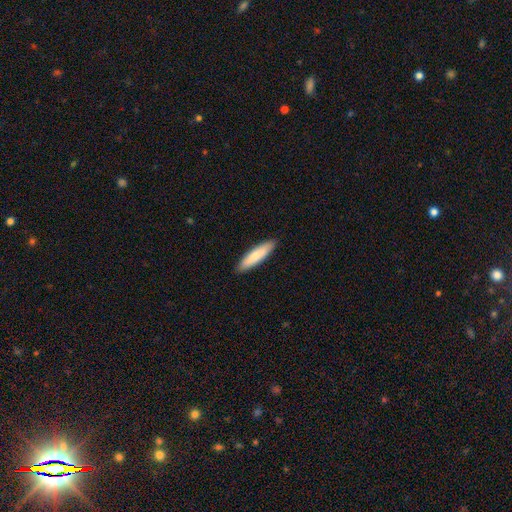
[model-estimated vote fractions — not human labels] Smooth or featured?
  - smooth: 81% *
  - featured or disk: 14%
  - star or artifact: 5%
How rounded?
  - cigar-shaped: 74% *
  - in between: 25%
  - round: 1%
Merging?
  - none: 91% *
  - minor disturbance: 7%
  - major disturbance: 1%
  - merger: 1%